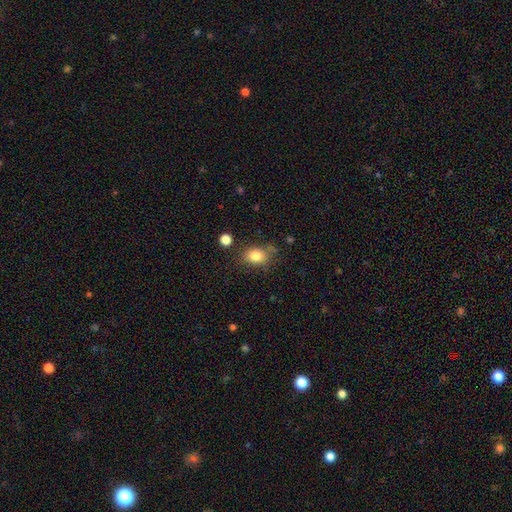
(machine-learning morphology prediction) smooth 83%, star or artifact 10%, featured or disk 7%. Down the decision tree: how rounded — in between (63%); merging — none (72%).